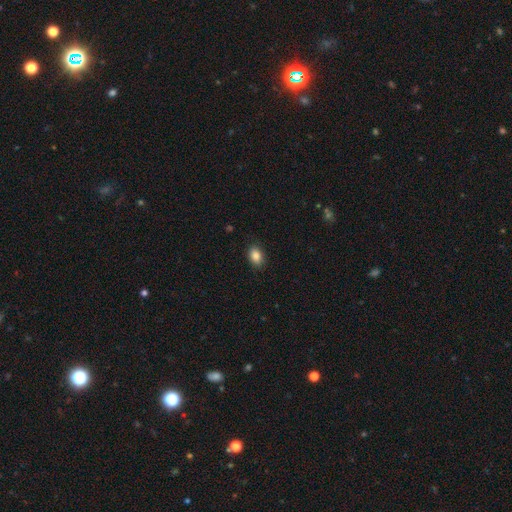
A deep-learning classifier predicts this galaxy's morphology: smooth_or_featured: smooth (p=0.87) [alt: star or artifact p=0.09]
how_rounded: in between (p=0.76) [alt: round p=0.23]
merging: none (p=0.88) [alt: minor disturbance p=0.09]